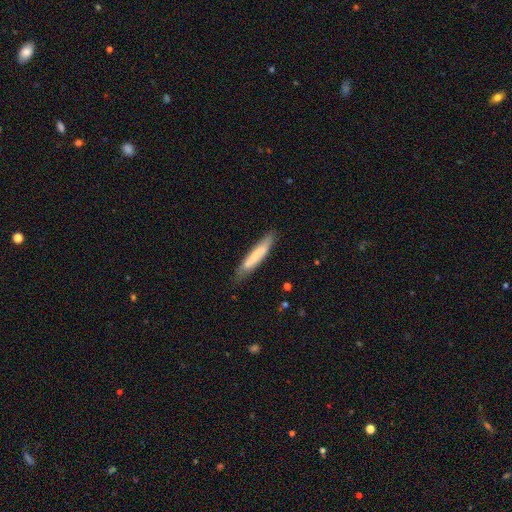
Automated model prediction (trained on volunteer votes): This appears to be a smooth galaxy with no disk features (66%) that is cigar-shaped (88%). Merging: none (76%).